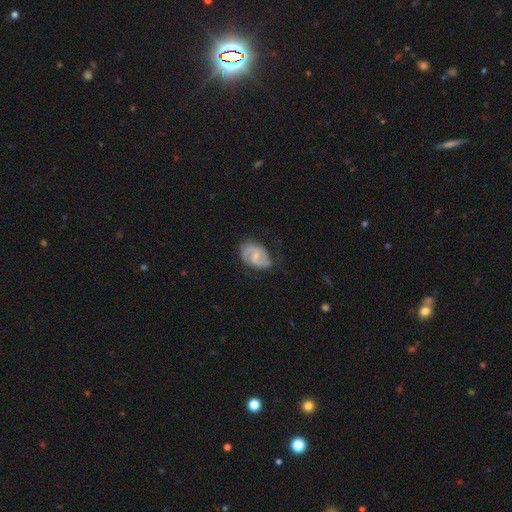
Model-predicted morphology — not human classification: Smooth or featured: featured or disk — 75% (smooth — 19%)
Edge-on disk: no — 98% (yes — 2%)
Bar: weak — 58% (no — 27%)
Spiral arms: yes — 92% (no — 8%)
Spiral winding: medium — 51% (tight — 26%)
Spiral arm count: 2 — 84% (can't tell — 8%)
Bulge size: small — 53% (moderate — 30%)
Merging: none — 64% (minor disturbance — 25%)